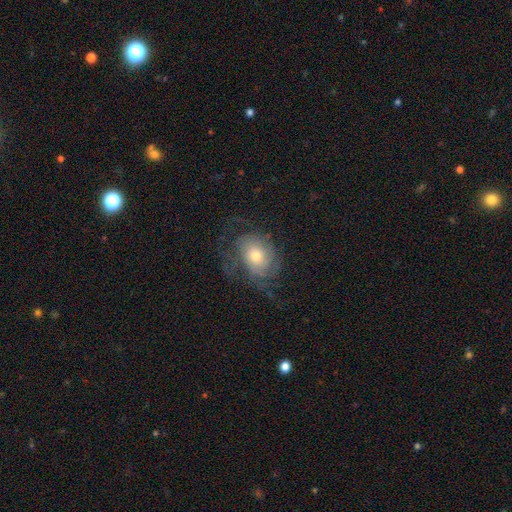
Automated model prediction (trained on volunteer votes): This is likely a featured or disk galaxy (63%). It is clearly not viewed edge-on (96%). Bar: likely no (79%). Spiral arm pattern: clearly yes (81%). Central bulge: possibly moderate (60%). Merging: possibly none (56%).